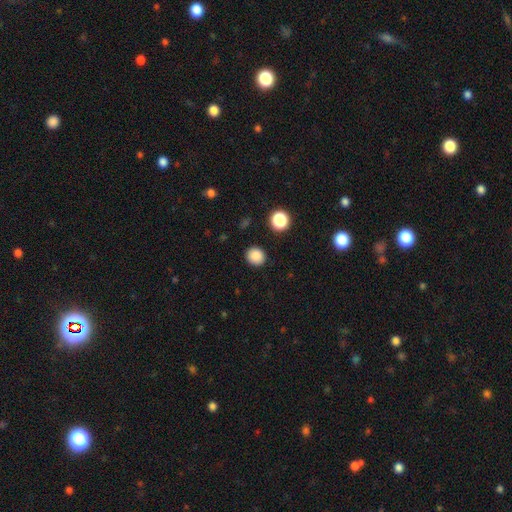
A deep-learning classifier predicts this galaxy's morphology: smooth_or_featured: smooth (p=0.85) [alt: star or artifact p=0.11]
how_rounded: round (p=0.83) [alt: in between p=0.16]
merging: none (p=0.90) [alt: minor disturbance p=0.06]